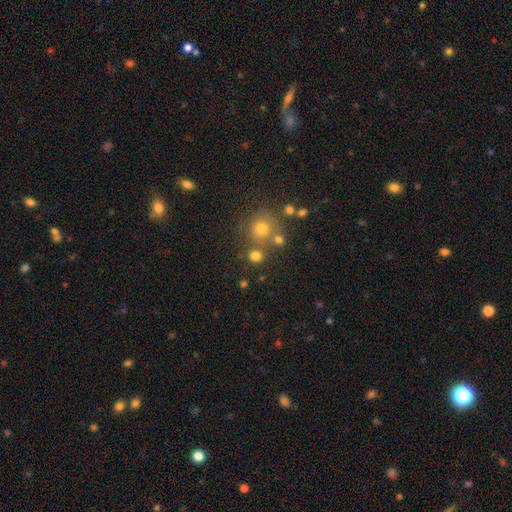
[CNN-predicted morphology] smooth 72%, star or artifact 18%, featured or disk 11%. Down the decision tree: how rounded — round (86%); merging — none (65%).